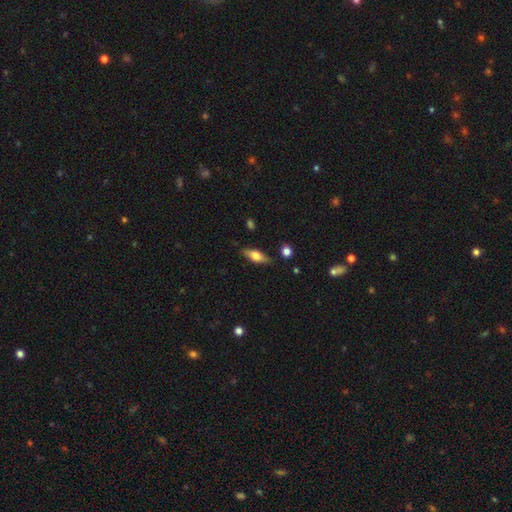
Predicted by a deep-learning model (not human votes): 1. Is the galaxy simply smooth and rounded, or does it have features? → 58% smooth, 35% featured or disk, 7% star or artifact.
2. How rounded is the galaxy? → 66% in between, 30% cigar-shaped, 4% round.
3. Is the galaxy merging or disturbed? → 81% none, 14% minor disturbance, 3% major disturbance, 2% merger.